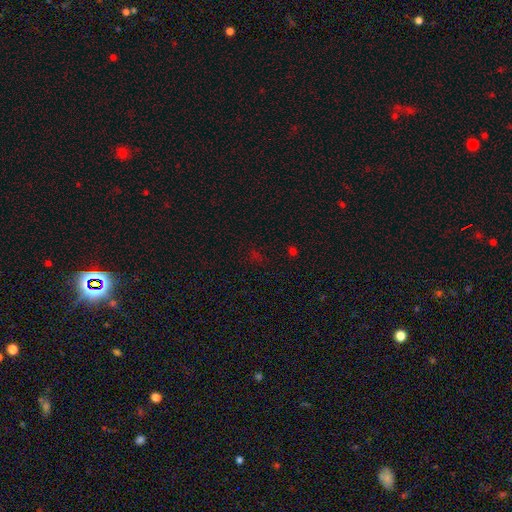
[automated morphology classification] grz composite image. It shows a star or artifact, not a galaxy (59%).